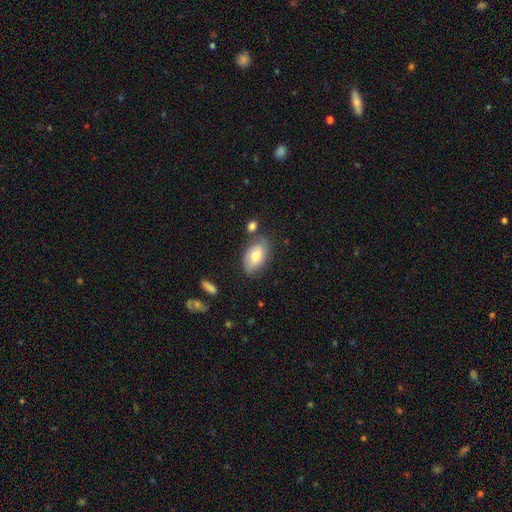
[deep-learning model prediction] Smooth or featured? Predicted: smooth (p=0.68). How rounded? Predicted: in between (p=0.92). Merging? Predicted: none (p=0.67).